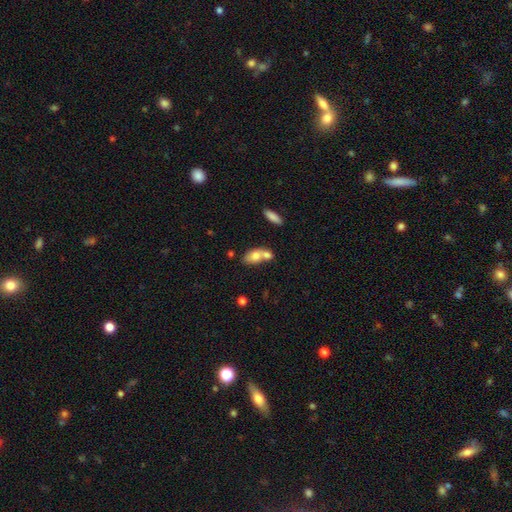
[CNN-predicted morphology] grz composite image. It shows a smooth galaxy with no disk features (73%) that is in between round and cigar-shaped (84%). Merging: merger (57%).